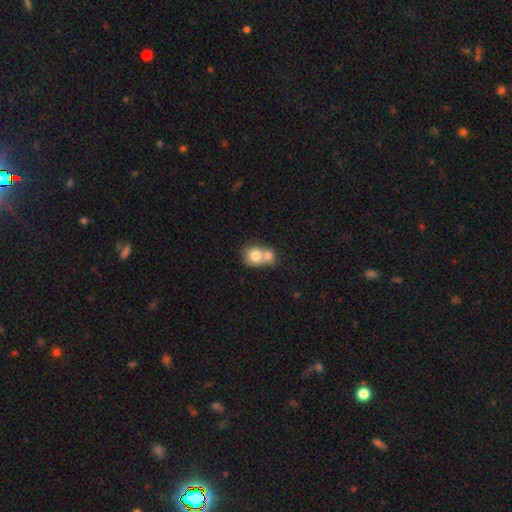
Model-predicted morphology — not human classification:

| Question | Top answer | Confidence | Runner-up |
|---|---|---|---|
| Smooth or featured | smooth | 75% | featured or disk (17%) |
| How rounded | round | 75% | in between (24%) |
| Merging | merger | 67% | none (25%) |